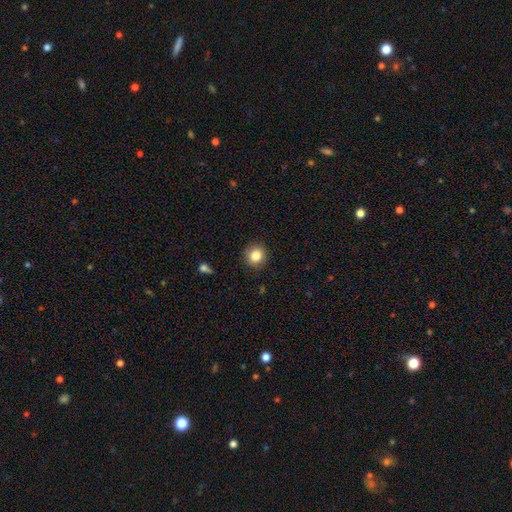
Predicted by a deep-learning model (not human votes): Smooth or featured? Predicted: smooth (p=0.84). How rounded? Predicted: round (p=0.90). Merging? Predicted: none (p=0.90).